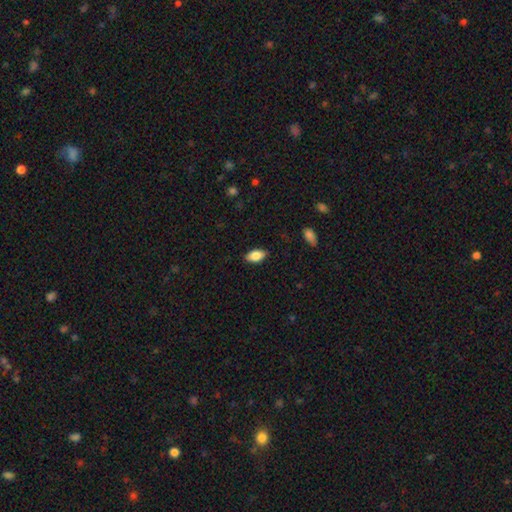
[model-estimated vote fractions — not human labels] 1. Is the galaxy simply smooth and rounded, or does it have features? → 83% smooth, 10% featured or disk, 7% star or artifact.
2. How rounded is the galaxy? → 91% in between, 5% cigar-shaped, 4% round.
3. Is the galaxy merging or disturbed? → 87% none, 10% minor disturbance, 2% major disturbance, 1% merger.